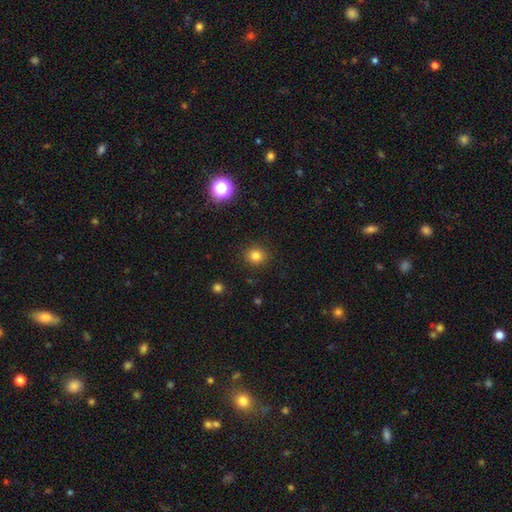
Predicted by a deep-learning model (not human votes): Smooth or featured: smooth — 81% (star or artifact — 13%)
How rounded: round — 88% (in between — 11%)
Merging: none — 90% (minor disturbance — 6%)